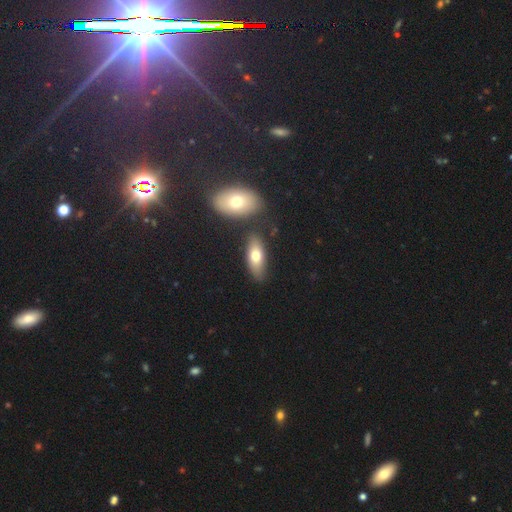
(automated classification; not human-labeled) smooth 69%, featured or disk 24%, star or artifact 7%. Down the decision tree: how rounded — in between (82%); merging — none (75%).